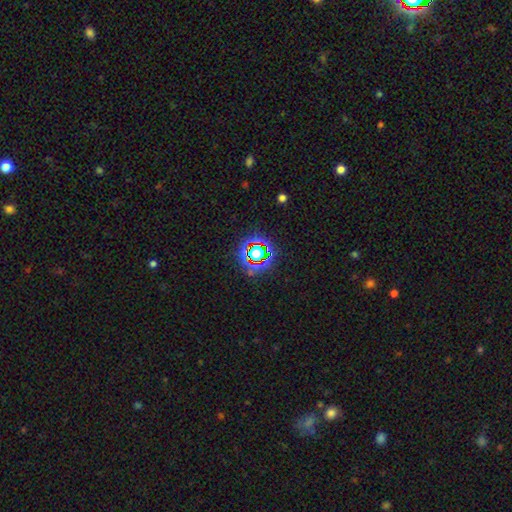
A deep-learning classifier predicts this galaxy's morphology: This is likely a star or artifact rather than a galaxy (67%).